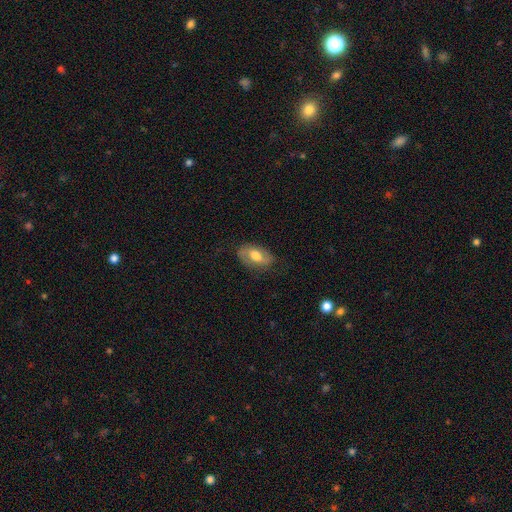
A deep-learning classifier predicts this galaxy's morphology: smooth-or-featured: smooth: 57% | featured or disk: 36% | star or artifact: 7%
  how-rounded: in between: 91% | round: 7% | cigar-shaped: 3%
  merging: none: 74% | minor disturbance: 19% | major disturbance: 6% | merger: 1%